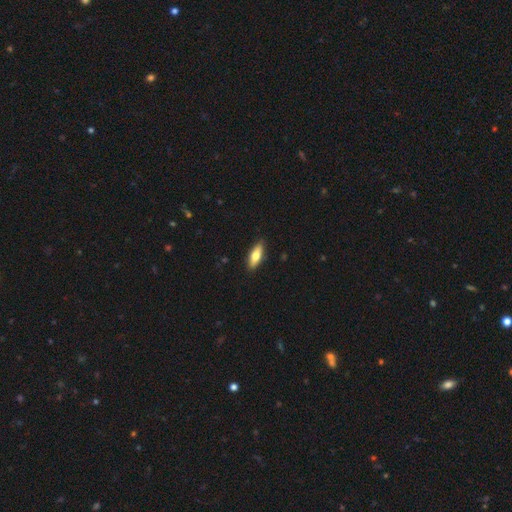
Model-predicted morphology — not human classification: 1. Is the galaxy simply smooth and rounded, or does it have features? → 69% smooth, 26% featured or disk, 6% star or artifact.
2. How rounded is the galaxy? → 66% in between, 31% cigar-shaped, 2% round.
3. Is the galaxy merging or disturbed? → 88% none, 9% minor disturbance, 2% major disturbance, 1% merger.